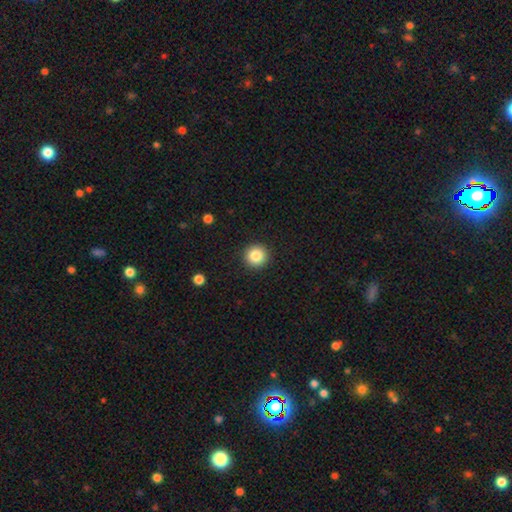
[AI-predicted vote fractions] Smooth or featured? Predicted: smooth (p=0.85). How rounded? Predicted: round (p=0.95). Merging? Predicted: none (p=0.92).